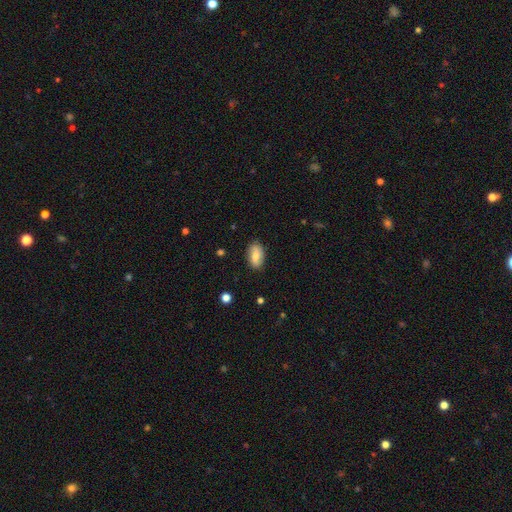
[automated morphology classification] Smooth or featured? Predicted: smooth (p=0.73). How rounded? Predicted: in between (p=0.92). Merging? Predicted: none (p=0.84).